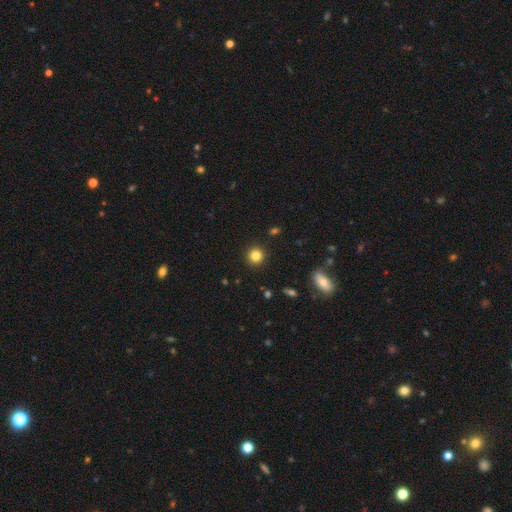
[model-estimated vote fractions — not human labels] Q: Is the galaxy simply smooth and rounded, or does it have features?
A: smooth — 83%.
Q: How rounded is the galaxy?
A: round — 93%.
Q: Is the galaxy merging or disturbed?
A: none — 92%.